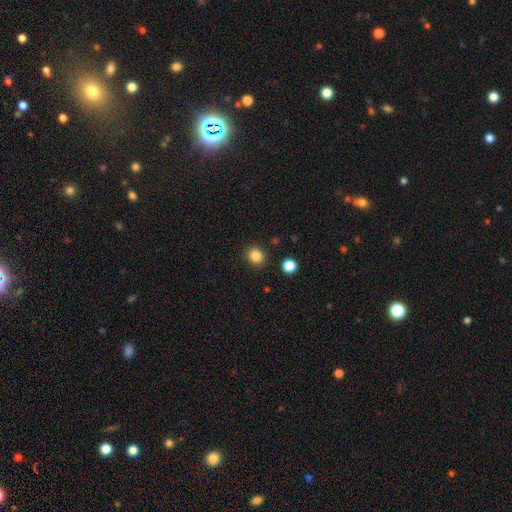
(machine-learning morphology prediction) Smooth or featured? Predicted: smooth (p=0.85). How rounded? Predicted: round (p=0.78). Merging? Predicted: none (p=0.88).